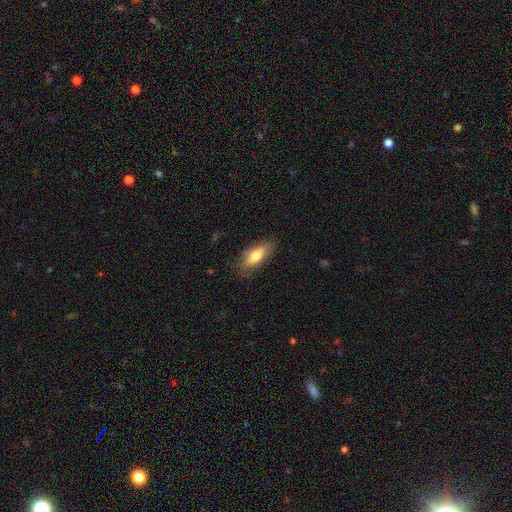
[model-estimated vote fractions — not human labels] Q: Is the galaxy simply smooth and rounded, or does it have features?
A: smooth — 75%.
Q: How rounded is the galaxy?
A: in between — 74%.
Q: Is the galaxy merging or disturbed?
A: none — 77%.